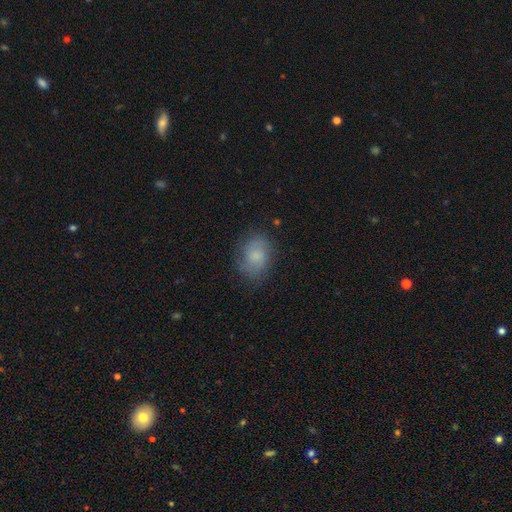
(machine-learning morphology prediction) A smooth galaxy with no disk features (68%) that is in between round and cigar-shaped (65%). Merging: none (74%).